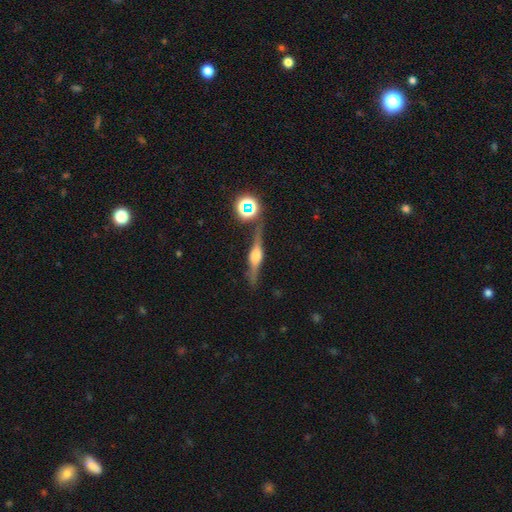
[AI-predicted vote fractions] A featured or disk galaxy (77%) viewed edge-on (97%) with a rounded central bulge (83%). Merging: none (82%).